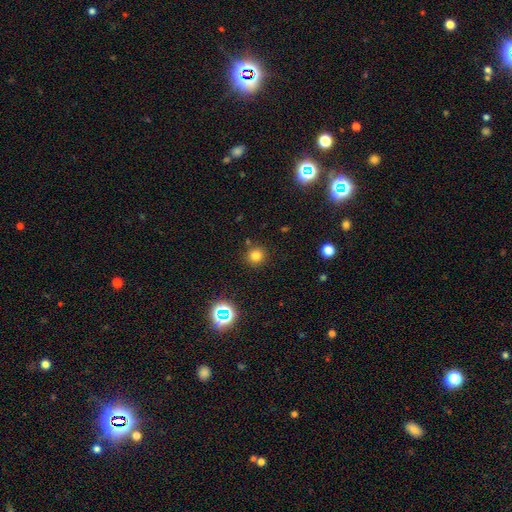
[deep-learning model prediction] Smooth or featured: smooth — 76% (star or artifact — 18%)
How rounded: round — 93% (in between — 6%)
Merging: none — 87% (minor disturbance — 7%)